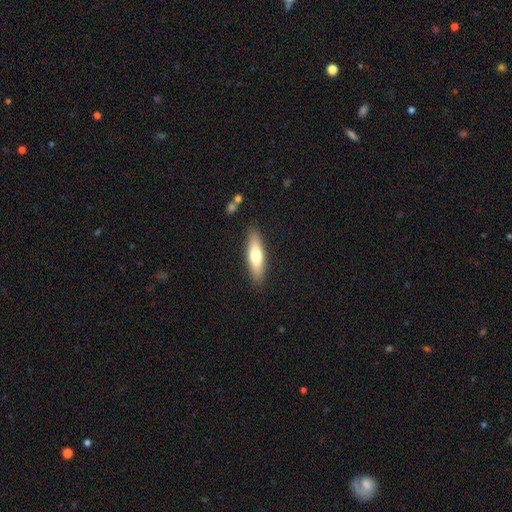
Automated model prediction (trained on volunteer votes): This is likely a smooth galaxy (64%). How rounded: likely cigar-shaped (65%). Merging: clearly none (88%).